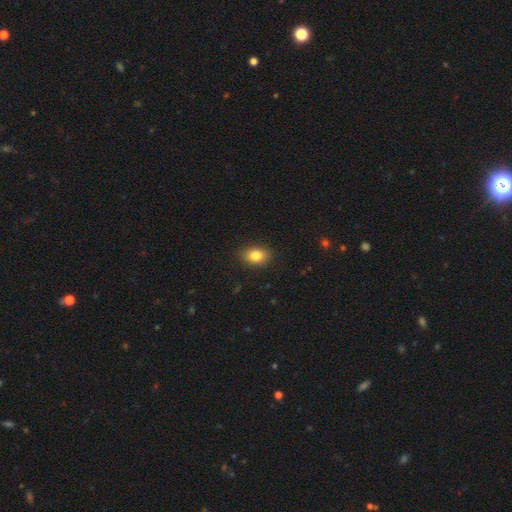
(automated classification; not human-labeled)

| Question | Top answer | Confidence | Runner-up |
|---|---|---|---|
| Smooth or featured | smooth | 84% | star or artifact (9%) |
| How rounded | in between | 76% | round (22%) |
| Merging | none | 89% | minor disturbance (8%) |